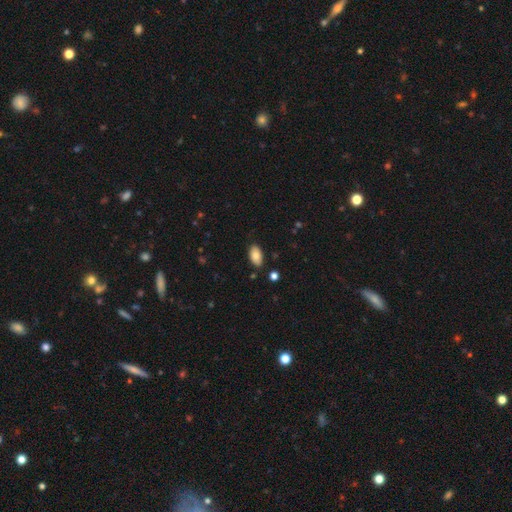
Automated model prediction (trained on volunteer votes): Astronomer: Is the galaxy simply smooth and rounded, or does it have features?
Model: smooth — 83%.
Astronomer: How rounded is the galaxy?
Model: in between — 94%.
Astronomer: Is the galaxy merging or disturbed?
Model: none — 84%.